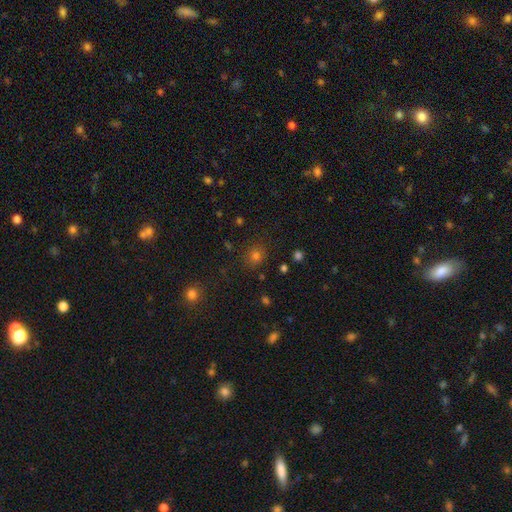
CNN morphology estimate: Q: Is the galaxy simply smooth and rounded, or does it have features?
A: smooth — 72%.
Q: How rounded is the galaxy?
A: round — 82%.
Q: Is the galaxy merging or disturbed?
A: none — 85%.